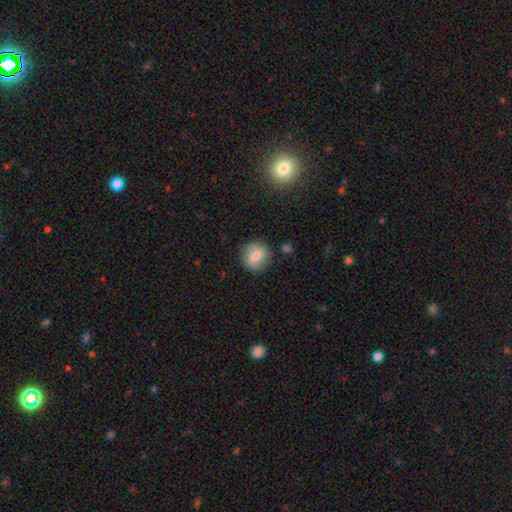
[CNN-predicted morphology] A smooth galaxy with no disk features (73%) that is round (88%).

Vote fractions:
- Smooth or featured? smooth: 73% / featured or disk: 19% / star or artifact: 8%
- How rounded? round: 88% / in between: 11% / cigar-shaped: 1%
- Merging? none: 84% / minor disturbance: 11% / major disturbance: 3% / merger: 2%